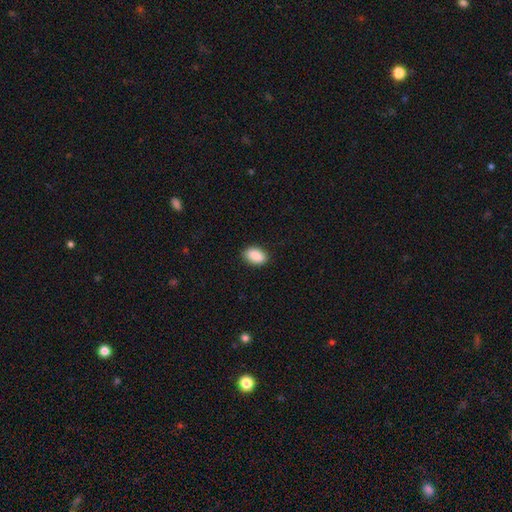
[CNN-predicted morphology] This is clearly a smooth galaxy (90%). How rounded: clearly in between (91%). Merging: clearly none (87%).